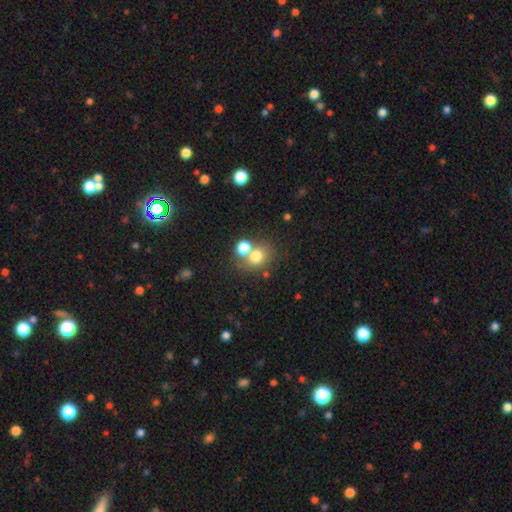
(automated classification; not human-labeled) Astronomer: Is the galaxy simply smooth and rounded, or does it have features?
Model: smooth — 73%.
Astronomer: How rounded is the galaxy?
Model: round — 70%.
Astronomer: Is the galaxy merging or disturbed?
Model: none — 52% (runner-up: merger, 35%).